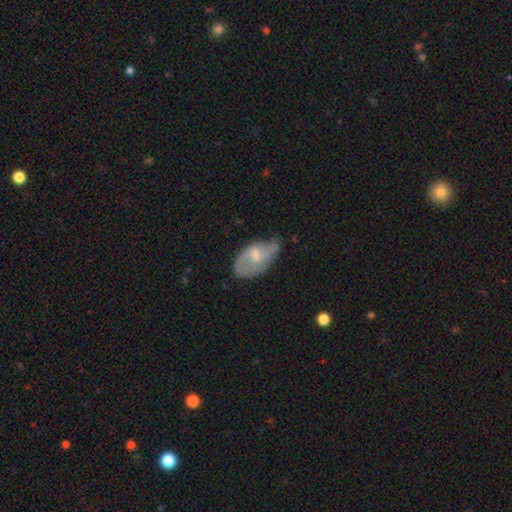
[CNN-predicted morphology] A featured or disk galaxy (61%) with a weak bar (47%), spiral arms (78%) and a moderate central bulge (46%).

Vote fractions:
- Smooth or featured? featured or disk: 61% / smooth: 33% / star or artifact: 6%
- Edge-on disk? no: 95% / yes: 5%
- Bar? weak: 47% / no: 46% / strong: 7%
- Spiral arms? yes: 78% / no: 22%
- Bulge size? moderate: 46% / small: 41% / none: 8% / large: 3% / dominant: 1%
- Merging? none: 43% / minor disturbance: 38% / major disturbance: 16% / merger: 3%